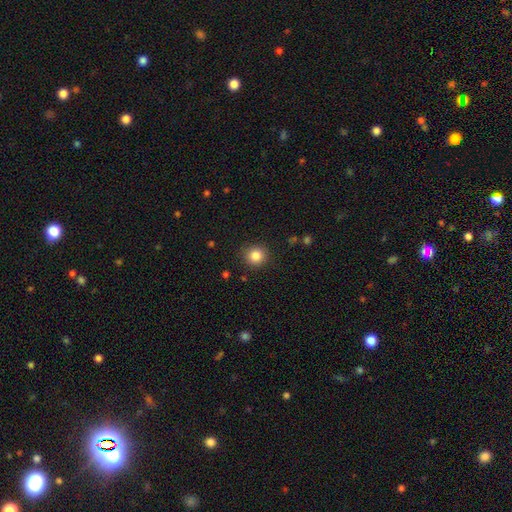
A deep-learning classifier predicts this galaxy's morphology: smooth_or_featured: smooth (p=0.85) [alt: star or artifact p=0.11]
how_rounded: round (p=0.92) [alt: in between p=0.07]
merging: none (p=0.89) [alt: minor disturbance p=0.07]